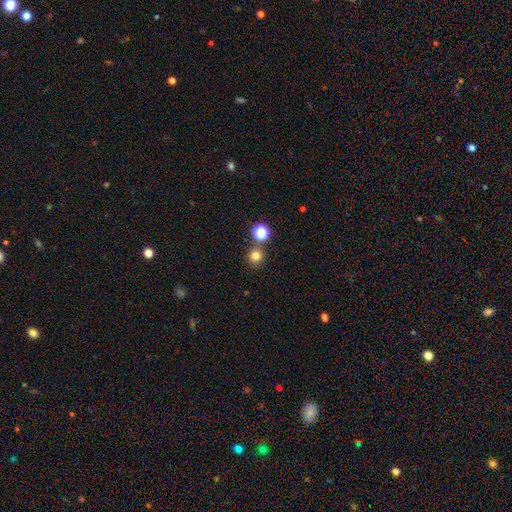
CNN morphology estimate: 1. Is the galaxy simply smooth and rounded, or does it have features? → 78% smooth, 16% star or artifact, 6% featured or disk.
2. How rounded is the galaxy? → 93% round, 6% in between, 1% cigar-shaped.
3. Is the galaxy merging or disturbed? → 77% none, 13% merger, 7% minor disturbance, 3% major disturbance.